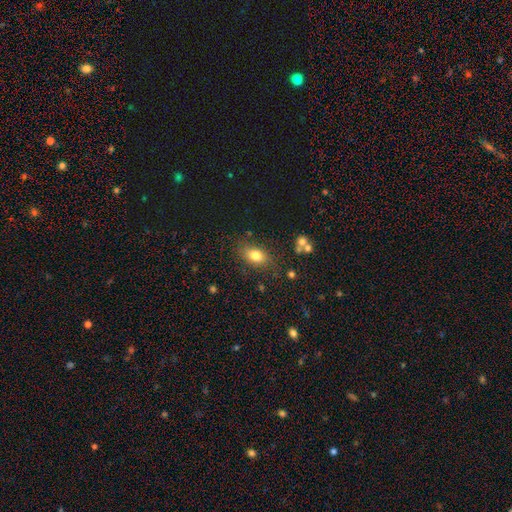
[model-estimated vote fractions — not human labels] smooth-or-featured: smooth: 79% | star or artifact: 11% | featured or disk: 11%
  how-rounded: in between: 80% | round: 17% | cigar-shaped: 3%
  merging: none: 78% | minor disturbance: 14% | major disturbance: 4% | merger: 3%